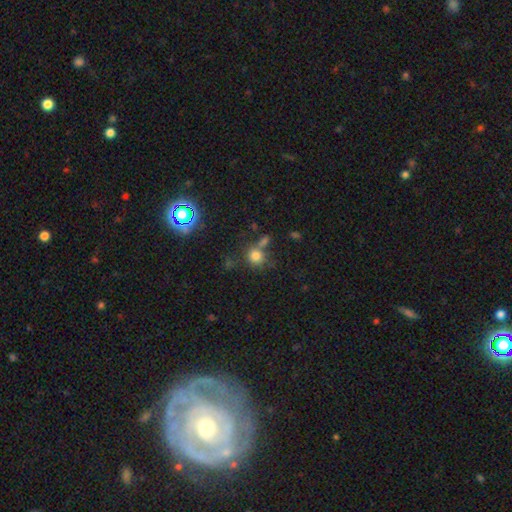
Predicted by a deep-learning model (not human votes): Q: Smooth or featured?
A: smooth (76%); runner-up: star or artifact (16%)
Q: How rounded?
A: round (84%); runner-up: in between (15%)
Q: Merging?
A: none (59%); runner-up: merger (22%)